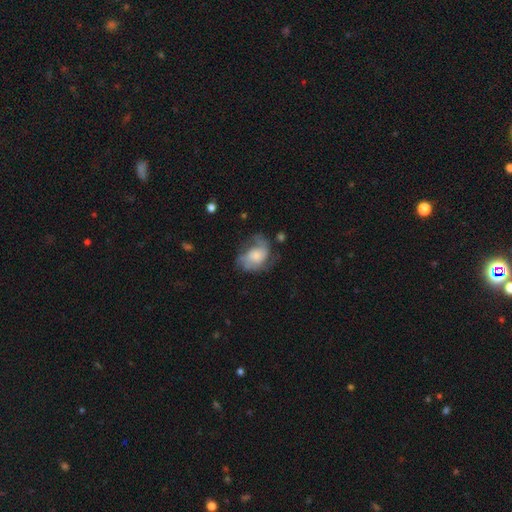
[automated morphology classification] The model was most divided on "bulge size": moderate: 30%, large: 26%, small: 23%, none: 16%, dominant: 4%. Remaining: edge-on disk — no (97%); spiral arms — yes (80%); bar — no (72%); smooth or featured — featured or disk (57%); merging — none (43%).